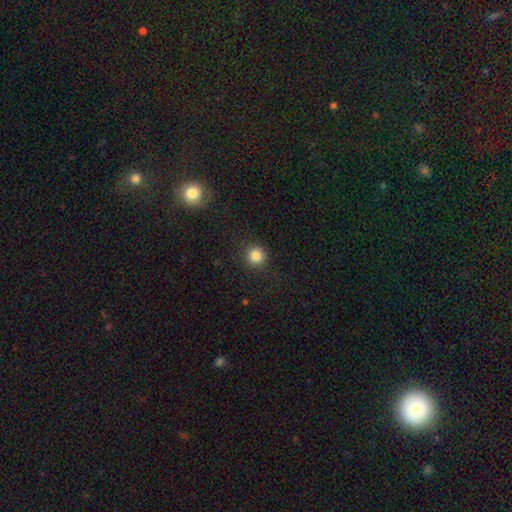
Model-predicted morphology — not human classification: This appears to be a smooth galaxy with no disk features (84%) that is round (94%). Merging: none (91%).